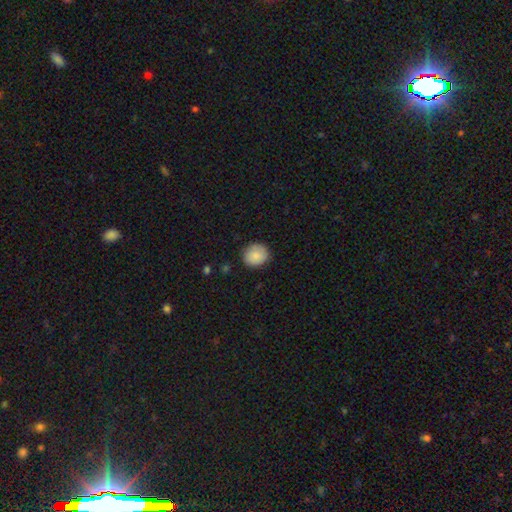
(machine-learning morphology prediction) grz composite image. It shows a smooth galaxy with no disk features (84%) that is round (77%). Merging: none (84%).